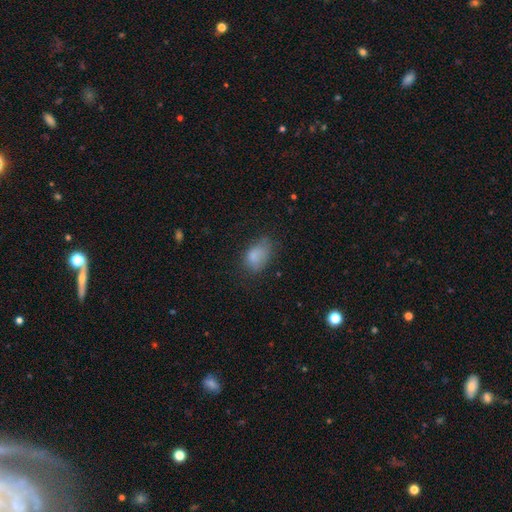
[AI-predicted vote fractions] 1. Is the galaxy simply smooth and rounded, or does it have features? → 80% smooth, 10% star or artifact, 10% featured or disk.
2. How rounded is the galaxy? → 84% in between, 14% round, 1% cigar-shaped.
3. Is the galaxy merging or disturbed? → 51% none, 32% minor disturbance, 15% major disturbance, 2% merger.